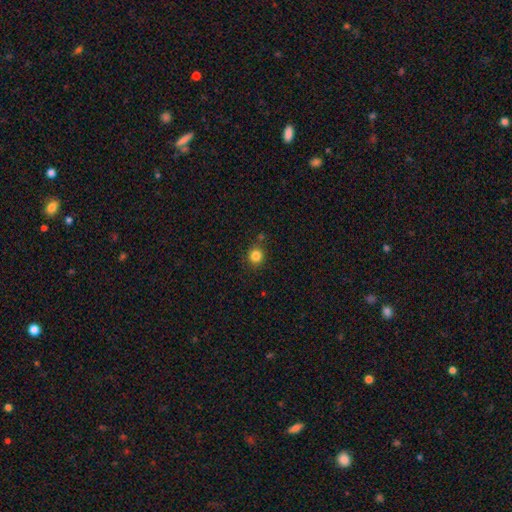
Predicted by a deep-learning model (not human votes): smooth-or-featured: smooth: 83% | star or artifact: 12% | featured or disk: 5%
  how-rounded: round: 88% | in between: 11% | cigar-shaped: 1%
  merging: none: 80% | minor disturbance: 12% | merger: 5% | major disturbance: 3%